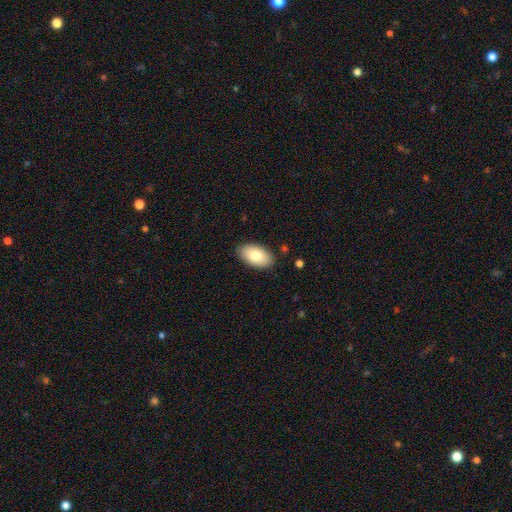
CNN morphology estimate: This appears to be a smooth galaxy with no disk features (81%) that is in between round and cigar-shaped (95%). Merging: none (87%).